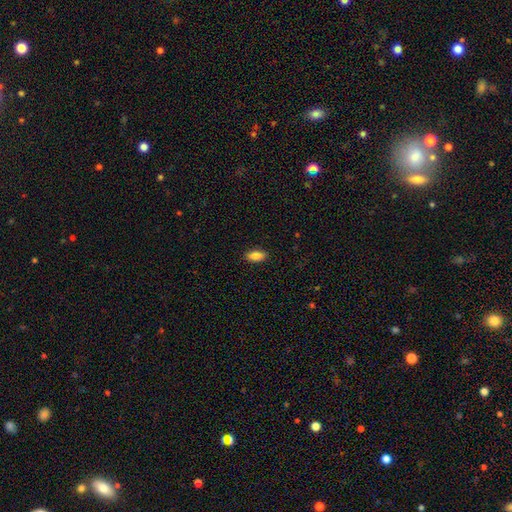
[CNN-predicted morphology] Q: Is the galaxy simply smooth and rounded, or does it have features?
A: smooth — 87%.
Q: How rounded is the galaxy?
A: in between — 91%.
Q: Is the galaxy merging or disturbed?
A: none — 89%.